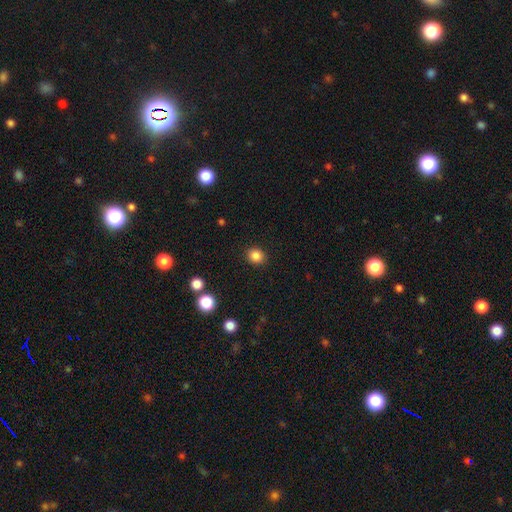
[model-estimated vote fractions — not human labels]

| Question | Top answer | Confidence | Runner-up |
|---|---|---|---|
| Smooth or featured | smooth | 85% | star or artifact (11%) |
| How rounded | round | 81% | in between (18%) |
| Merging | none | 91% | minor disturbance (6%) |